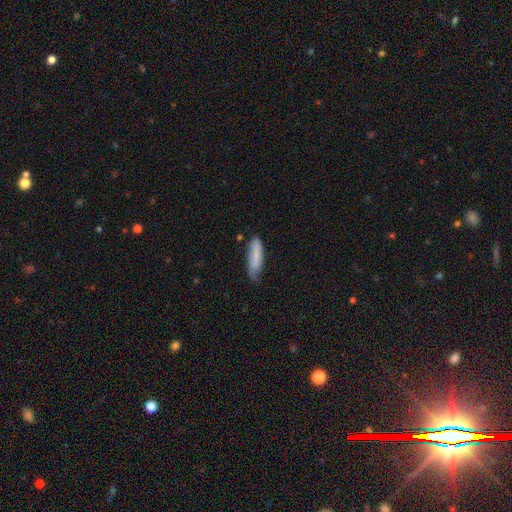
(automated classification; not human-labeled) Overall: smooth (76%). How rounded: cigar-shaped (57%; in between 42%). Merging: none (53%; minor disturbance 35%).